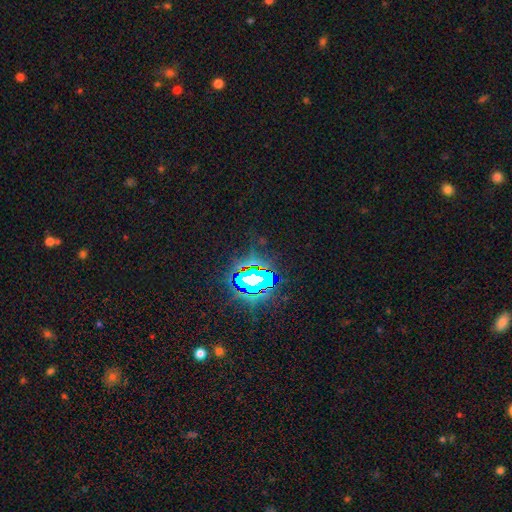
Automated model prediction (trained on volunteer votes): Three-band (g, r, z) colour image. It shows a star or artifact, not a galaxy (82%).